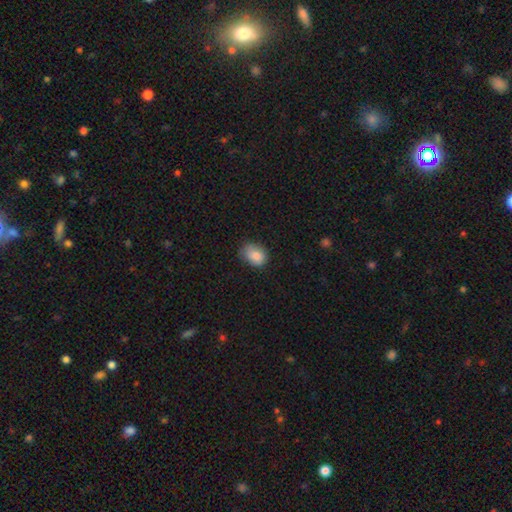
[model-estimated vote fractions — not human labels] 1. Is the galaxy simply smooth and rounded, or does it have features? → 83% smooth, 8% star or artifact, 8% featured or disk.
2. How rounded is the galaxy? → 64% in between, 35% round, 1% cigar-shaped.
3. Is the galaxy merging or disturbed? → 61% none, 31% minor disturbance, 7% major disturbance, 2% merger.